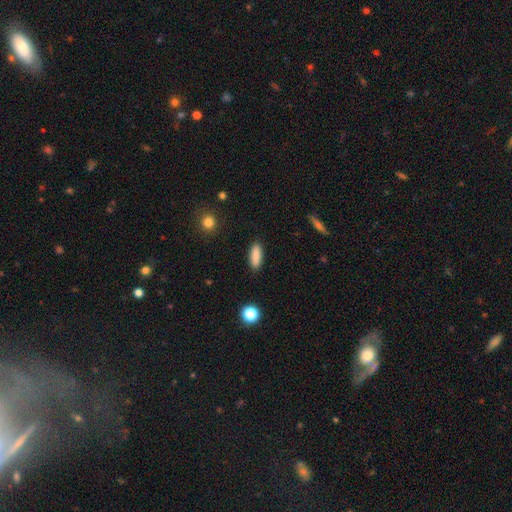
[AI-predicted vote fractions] The model was most divided on "how rounded": in between: 61%, cigar-shaped: 36%, round: 2%. More confident: merging — none (89%); smooth or featured — smooth (88%).